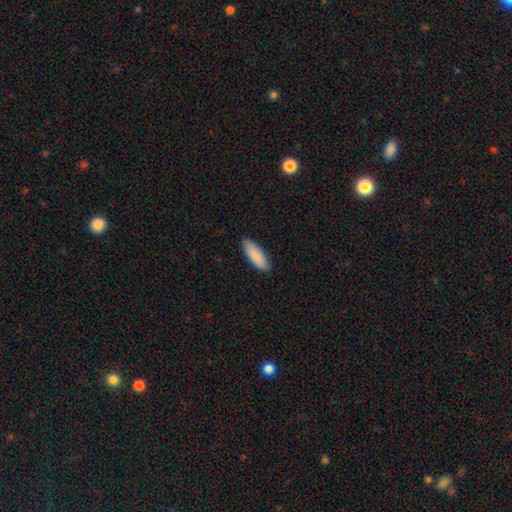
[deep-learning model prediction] Overall: smooth (88%). How rounded: in between (69%; cigar-shaped 30%). Merging: none (87%).